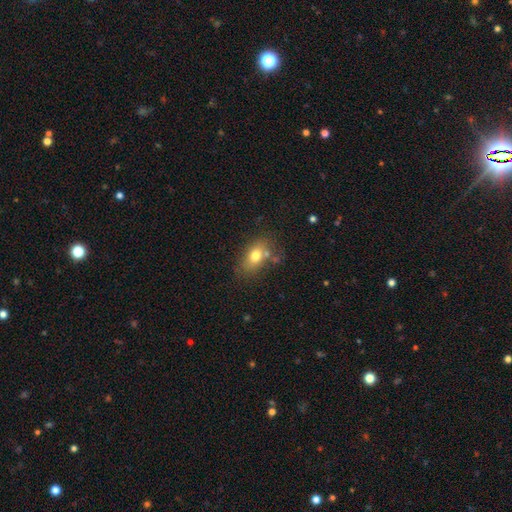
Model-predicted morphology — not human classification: smooth-or-featured: smooth: 73% | featured or disk: 18% | star or artifact: 10%
  how-rounded: in between: 80% | round: 17% | cigar-shaped: 3%
  merging: none: 62% | minor disturbance: 18% | merger: 14% | major disturbance: 6%